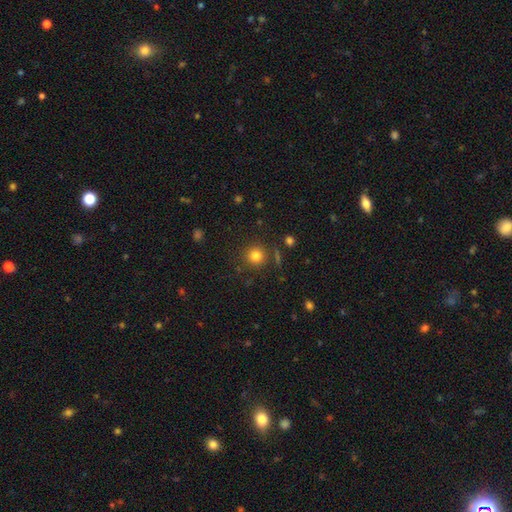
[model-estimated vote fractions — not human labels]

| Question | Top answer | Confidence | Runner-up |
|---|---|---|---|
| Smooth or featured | smooth | 80% | star or artifact (14%) |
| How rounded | round | 94% | in between (5%) |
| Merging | none | 85% | minor disturbance (8%) |